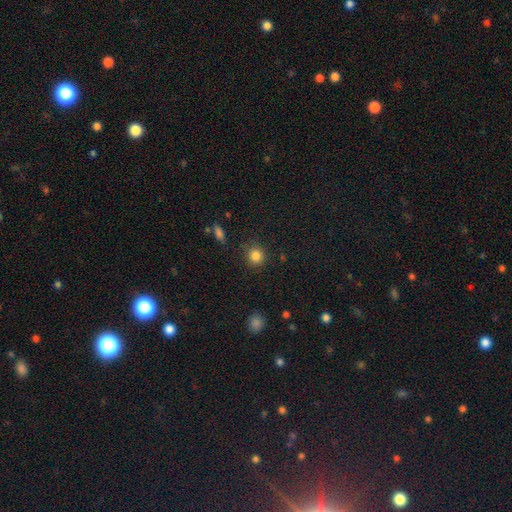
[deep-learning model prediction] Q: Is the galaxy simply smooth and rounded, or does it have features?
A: smooth — 84%.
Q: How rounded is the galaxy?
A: round — 87%.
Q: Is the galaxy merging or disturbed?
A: none — 84%.